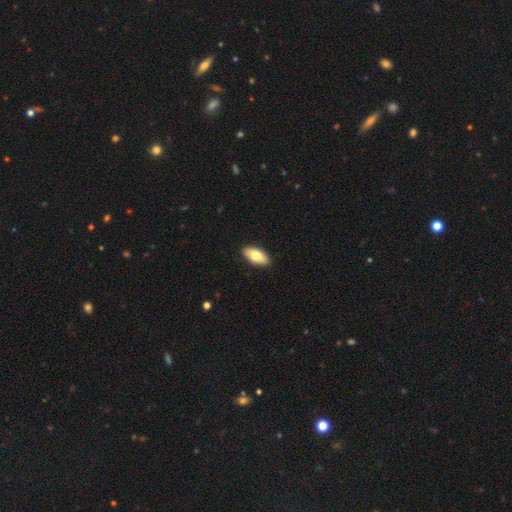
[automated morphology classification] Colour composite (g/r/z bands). It shows a smooth galaxy with no disk features (76%) that is in between round and cigar-shaped (92%). Merging: none (90%).